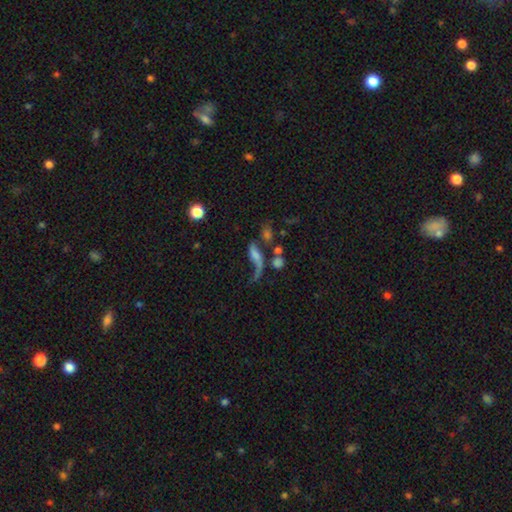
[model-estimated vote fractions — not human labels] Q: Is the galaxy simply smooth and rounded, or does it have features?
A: featured or disk — 54%.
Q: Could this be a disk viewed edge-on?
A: no — 87%.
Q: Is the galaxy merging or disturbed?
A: major disturbance — 35%.